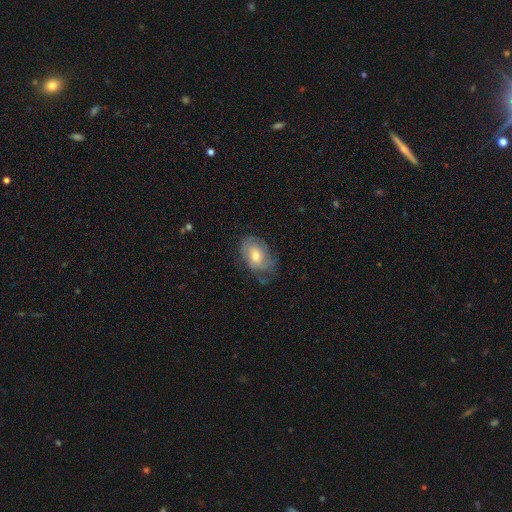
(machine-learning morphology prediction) This is possibly a featured or disk galaxy (51%). It is clearly not viewed edge-on (94%). Merging: possibly none (56%).